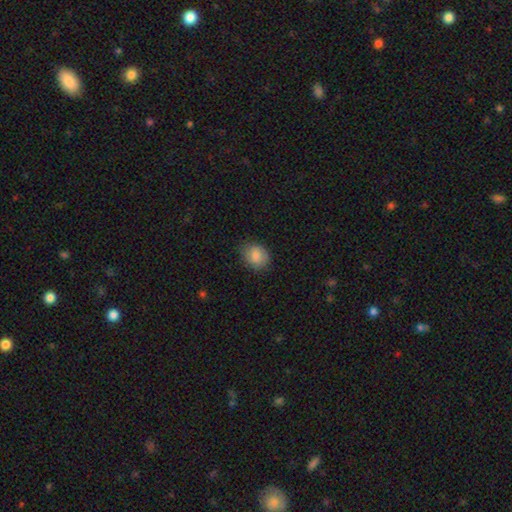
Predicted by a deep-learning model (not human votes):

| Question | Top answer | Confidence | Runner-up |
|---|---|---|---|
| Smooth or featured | smooth | 84% | featured or disk (8%) |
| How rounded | round | 56% | in between (43%) |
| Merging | none | 79% | minor disturbance (16%) |